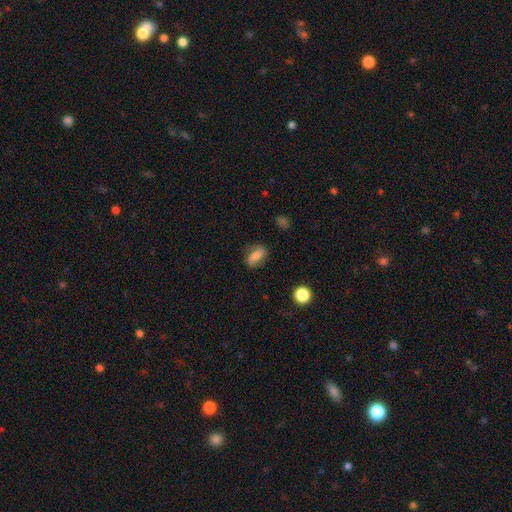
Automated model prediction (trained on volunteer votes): This appears to be a smooth galaxy with no disk features (60%) that is in between round and cigar-shaped (78%). Merging: none (76%).